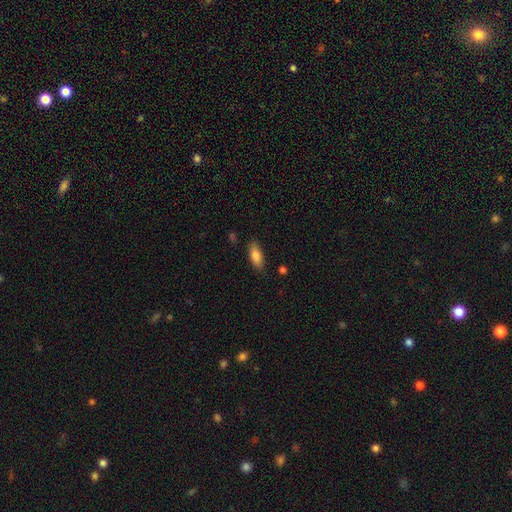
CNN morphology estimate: Smooth or featured?
  - smooth: 81% *
  - featured or disk: 12%
  - star or artifact: 7%
How rounded?
  - in between: 77% *
  - cigar-shaped: 21%
  - round: 3%
Merging?
  - none: 83% *
  - minor disturbance: 13%
  - major disturbance: 3%
  - merger: 2%